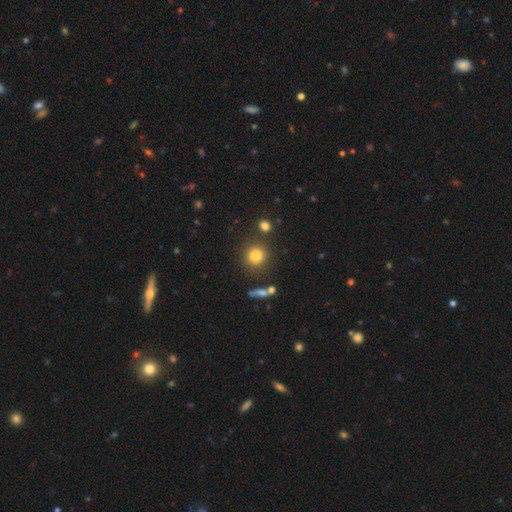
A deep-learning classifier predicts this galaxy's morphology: This appears to be a smooth galaxy with no disk features (80%) that is round (90%). Merging: none (82%).